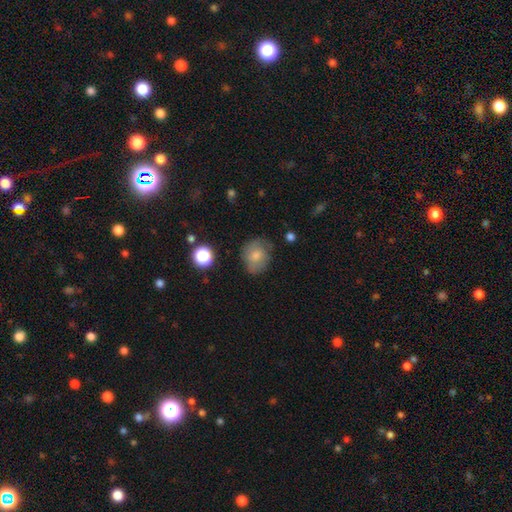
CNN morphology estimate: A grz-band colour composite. It shows a smooth galaxy with no disk features (69%) that is round (62%). Merging: none (62%).